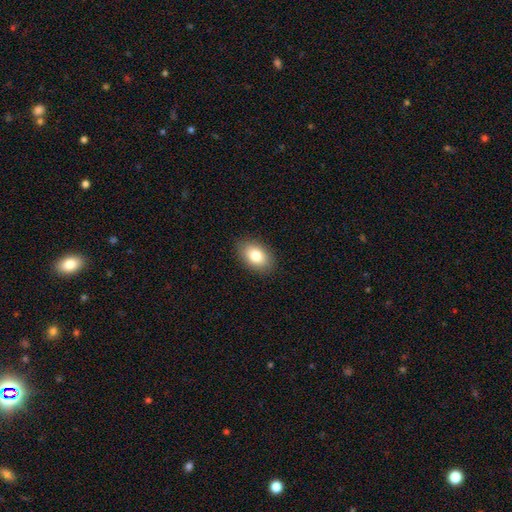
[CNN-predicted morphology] A smooth galaxy with no disk features (82%) that is in between round and cigar-shaped (87%).

Vote fractions:
- Smooth or featured? smooth: 82% / featured or disk: 10% / star or artifact: 8%
- How rounded? in between: 87% / round: 11% / cigar-shaped: 1%
- Merging? none: 88% / minor disturbance: 8% / major disturbance: 2% / merger: 1%